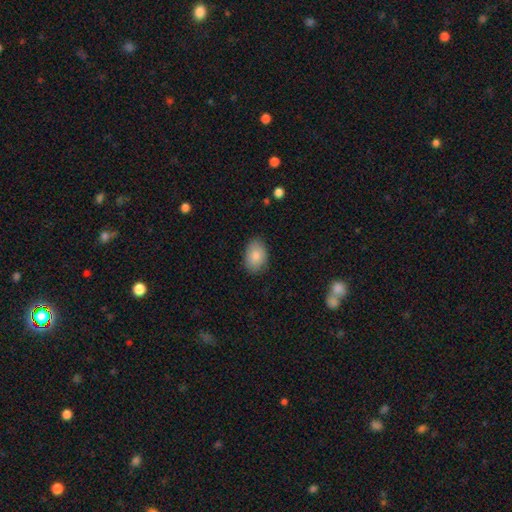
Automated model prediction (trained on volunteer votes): smooth 86%, featured or disk 8%, star or artifact 6%. Down the decision tree: how rounded — in between (86%); merging — none (84%).